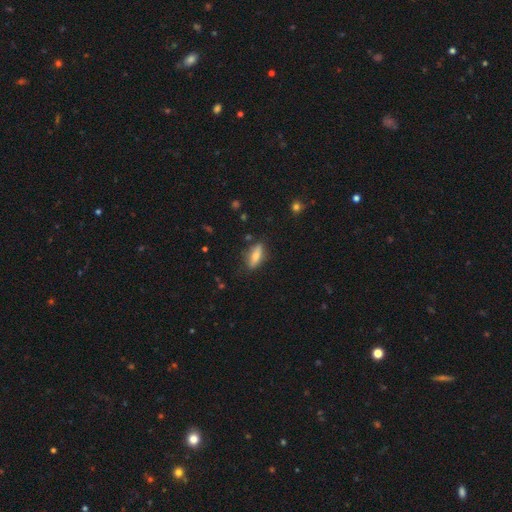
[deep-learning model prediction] smooth_or_featured: smooth (p=0.62) [alt: featured or disk p=0.31]
how_rounded: in between (p=0.58) [alt: cigar-shaped p=0.39]
merging: none (p=0.82) [alt: minor disturbance p=0.13]